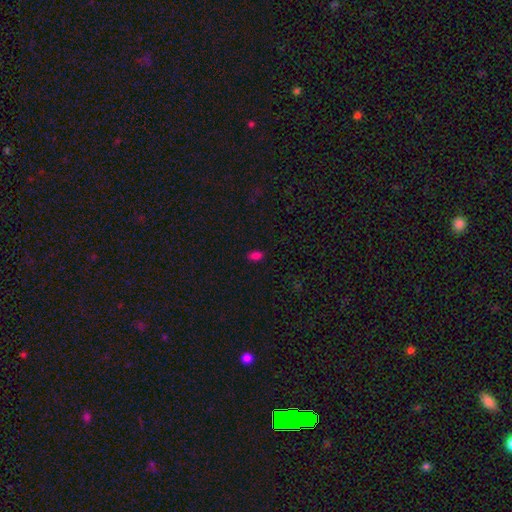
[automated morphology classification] Smooth or featured: smooth — 80% (star or artifact — 16%)
How rounded: in between — 89% (round — 9%)
Merging: none — 87% (minor disturbance — 9%)